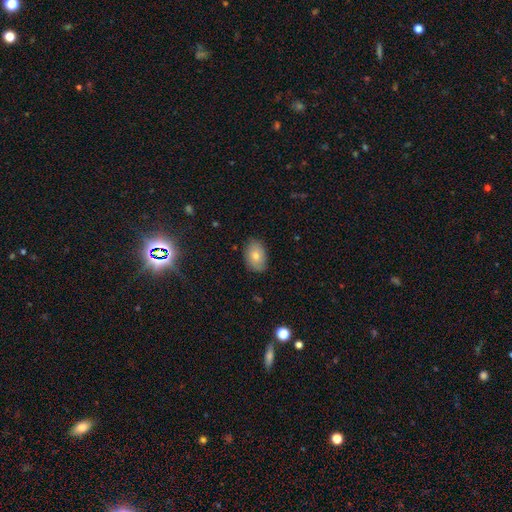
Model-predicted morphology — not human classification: A smooth galaxy with no disk features (67%) that is in between round and cigar-shaped (85%). Merging: none (84%).